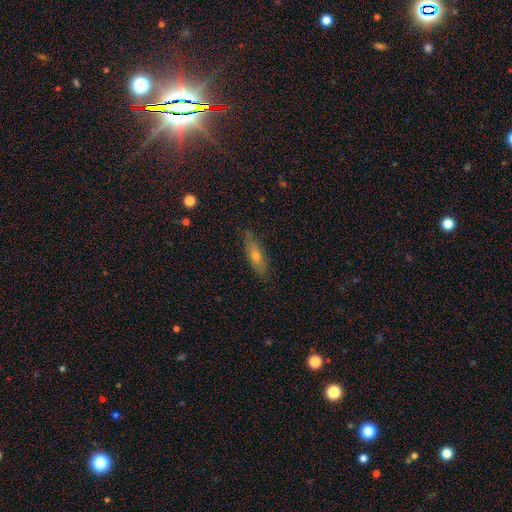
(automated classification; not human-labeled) The model was most divided on "smooth or featured": smooth: 51%, featured or disk: 40%, star or artifact: 9%. More confident: merging — none (81%); how rounded — cigar-shaped (56%).